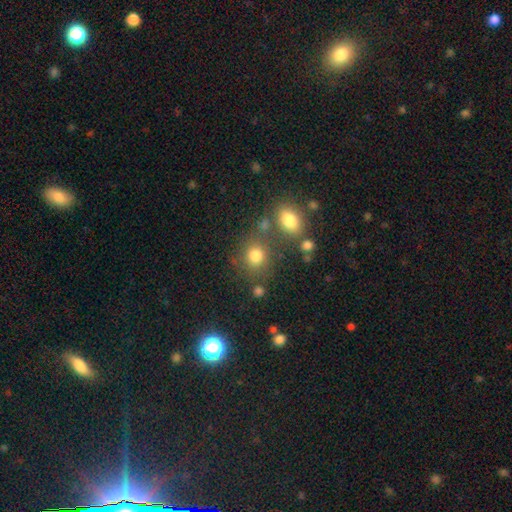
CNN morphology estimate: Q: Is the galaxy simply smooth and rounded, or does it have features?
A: smooth — 78%.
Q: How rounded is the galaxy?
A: round — 76%.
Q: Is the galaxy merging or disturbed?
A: none — 66%.